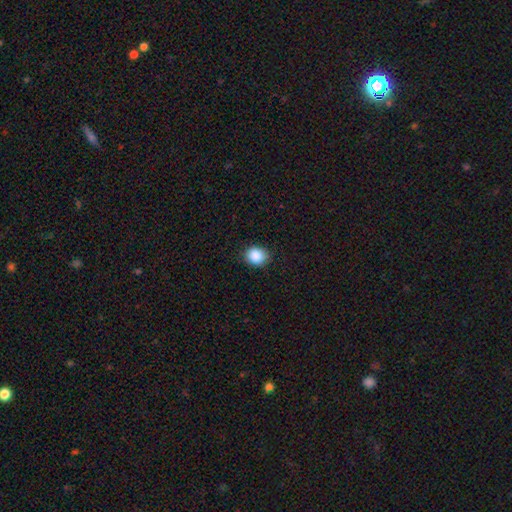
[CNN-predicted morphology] type=smooth (87%); roundness=round (61%); merging=none (85%).